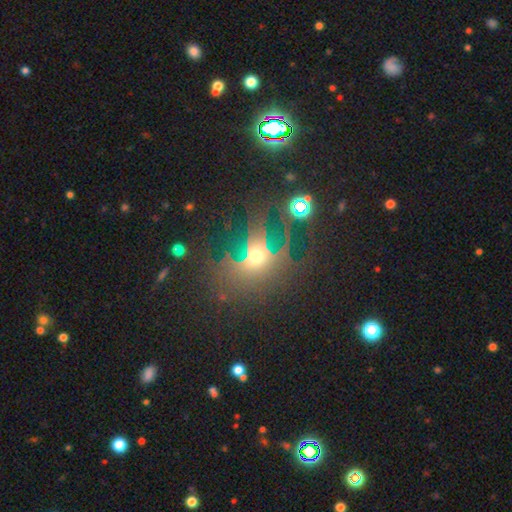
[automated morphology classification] star or artifact 39%, smooth 34%, featured or disk 28%.